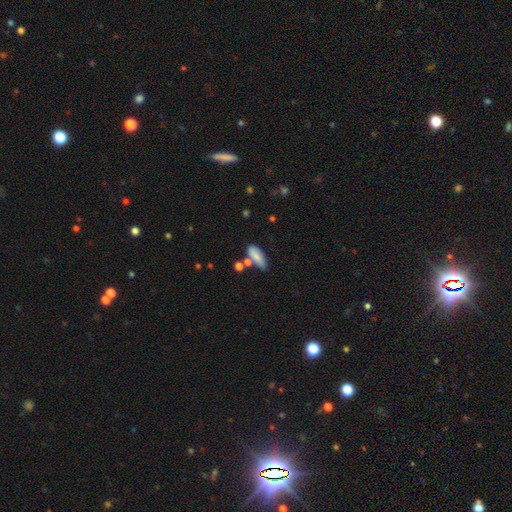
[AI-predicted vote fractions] Smooth or featured: smooth — 78% (featured or disk — 14%)
How rounded: in between — 73% (cigar-shaped — 24%)
Merging: none — 54% (minor disturbance — 22%)